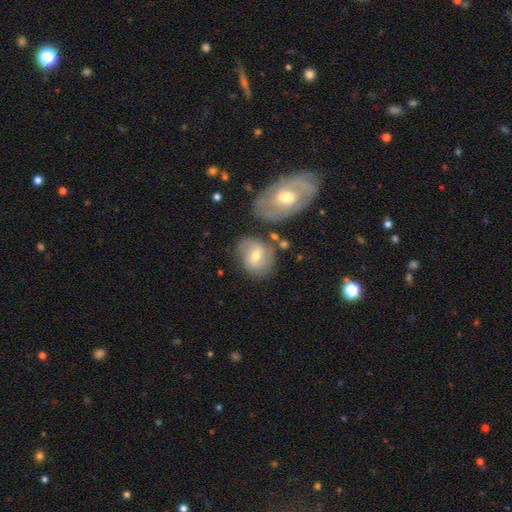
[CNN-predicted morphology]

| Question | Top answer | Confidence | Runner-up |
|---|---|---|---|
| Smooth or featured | featured or disk | 52% | smooth (40%) |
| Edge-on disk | no | 95% | yes (5%) |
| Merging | none | 60% | minor disturbance (19%) |